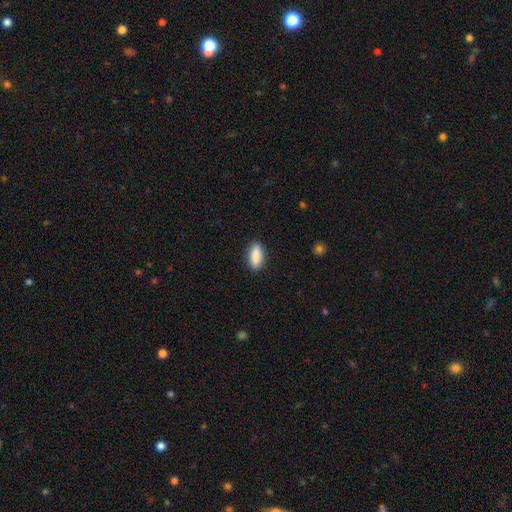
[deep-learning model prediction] A smooth galaxy with no disk features (89%) that is in between round and cigar-shaped (81%). Merging: none (88%).